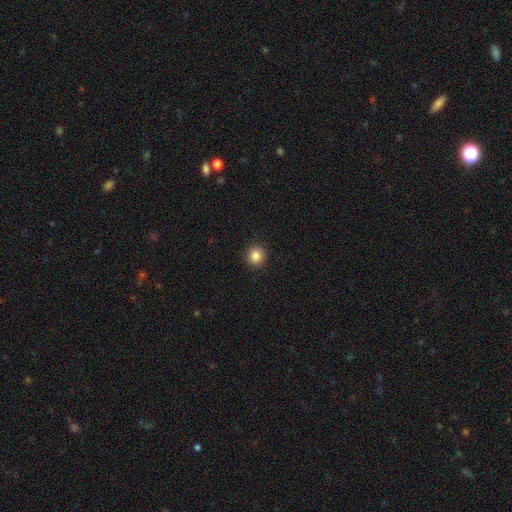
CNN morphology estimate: Smooth or featured? smooth (86%)
How rounded? round (88%)
Merging? none (92%)